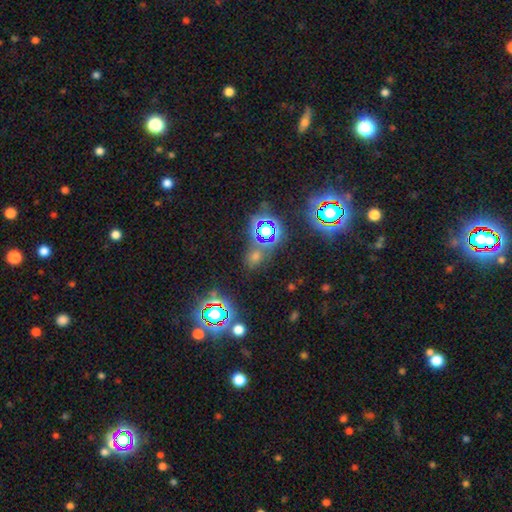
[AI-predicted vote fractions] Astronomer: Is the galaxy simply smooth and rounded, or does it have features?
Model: star or artifact — 63%.